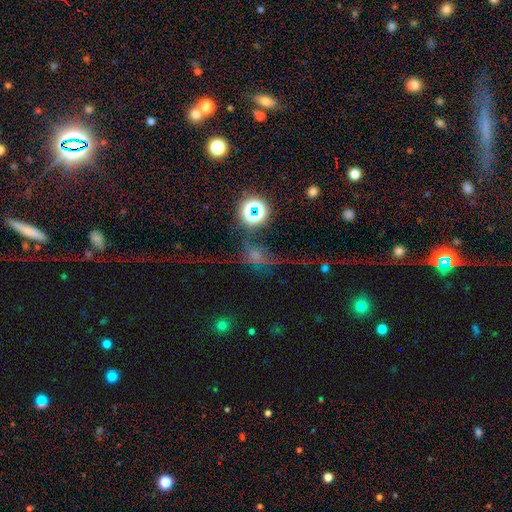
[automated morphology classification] A star or artifact, not a galaxy (45%).

Vote fractions:
- Smooth or featured? star or artifact: 45% / smooth: 33% / featured or disk: 23%